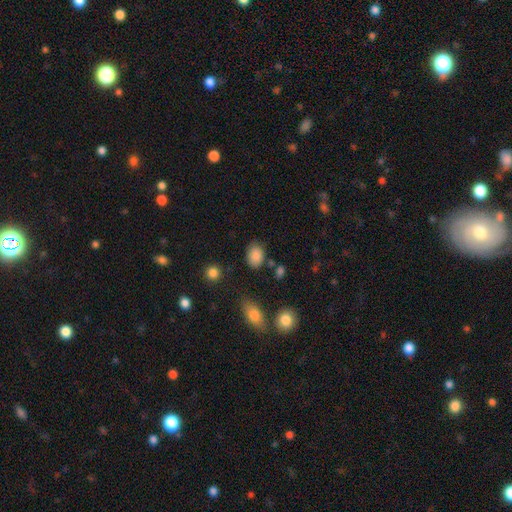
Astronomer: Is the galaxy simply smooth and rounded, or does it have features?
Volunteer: smooth — 95%.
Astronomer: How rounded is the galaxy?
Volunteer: in between — 86%.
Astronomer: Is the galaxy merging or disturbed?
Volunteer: none — 83%.